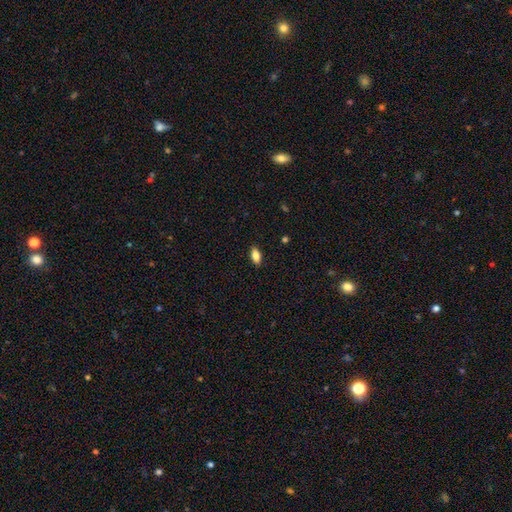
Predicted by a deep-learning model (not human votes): Smooth or featured? Predicted: smooth (p=0.80). How rounded? Predicted: in between (p=0.87). Merging? Predicted: none (p=0.88).